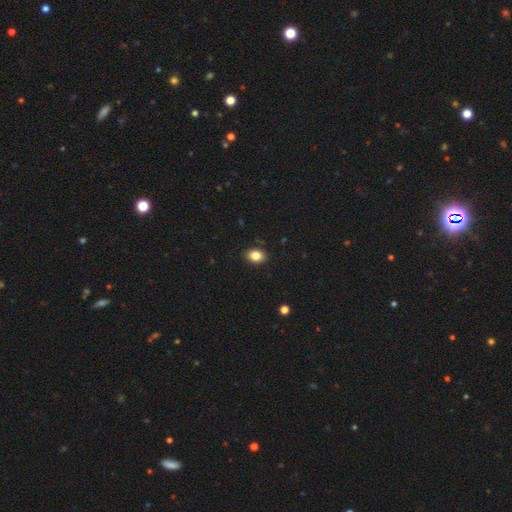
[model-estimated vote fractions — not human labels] smooth 84%, star or artifact 9%, featured or disk 7%. Down the decision tree: how rounded — in between (73%); merging — none (88%).